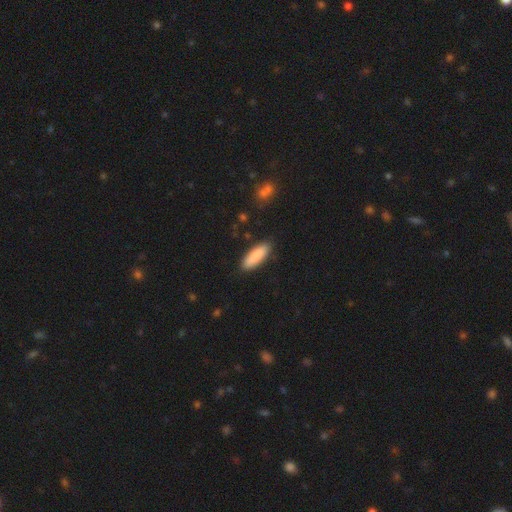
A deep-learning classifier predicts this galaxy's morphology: Smooth or featured? Predicted: smooth (p=0.87). How rounded? Predicted: in between (p=0.54). Merging? Predicted: none (p=0.88).